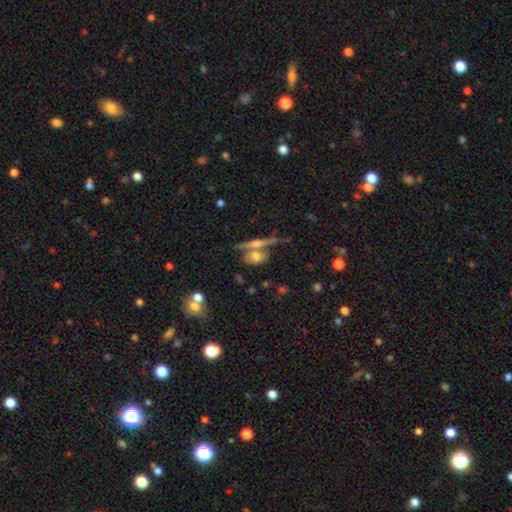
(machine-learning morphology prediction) smooth-or-featured: smooth: 47% | featured or disk: 42% | star or artifact: 11%
  merging: none: 48% | merger: 34% | minor disturbance: 12% | major disturbance: 6%